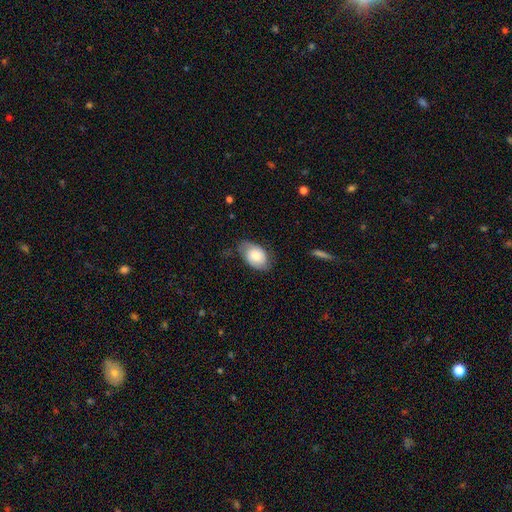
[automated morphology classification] smooth_or_featured: smooth (p=0.66) [alt: featured or disk p=0.27]
how_rounded: in between (p=0.86) [alt: round p=0.13]
merging: none (p=0.61) [alt: minor disturbance p=0.29]